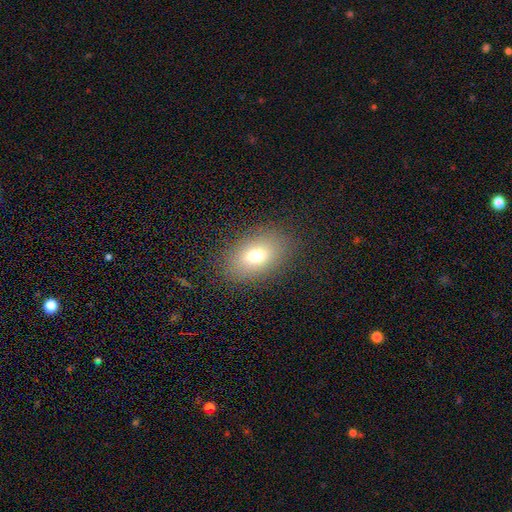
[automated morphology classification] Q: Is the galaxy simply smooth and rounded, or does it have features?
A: smooth — 71%.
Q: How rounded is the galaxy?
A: in between — 82%.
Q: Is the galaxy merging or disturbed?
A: none — 85%.